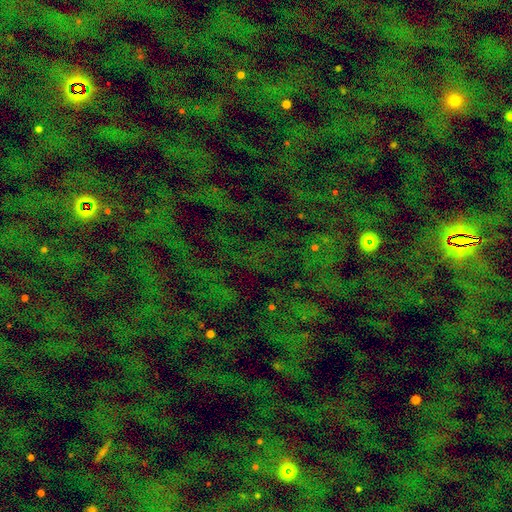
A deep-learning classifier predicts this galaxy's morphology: The model was most divided on "smooth or featured": star or artifact: 72%, smooth: 18%, featured or disk: 10%.